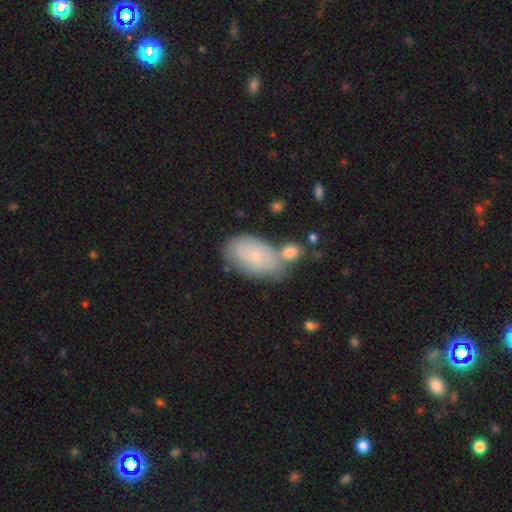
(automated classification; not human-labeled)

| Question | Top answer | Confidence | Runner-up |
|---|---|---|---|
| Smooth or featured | smooth | 67% | featured or disk (25%) |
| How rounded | in between | 92% | round (6%) |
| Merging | none | 53% | merger (21%) |